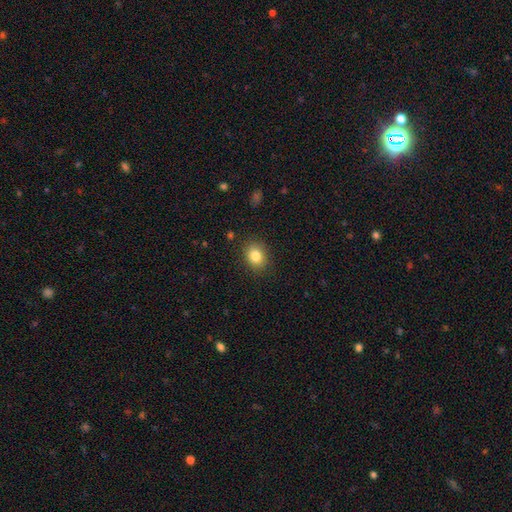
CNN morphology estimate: This appears to be a smooth galaxy with no disk features (83%) that is round (52%). Merging: none (87%).